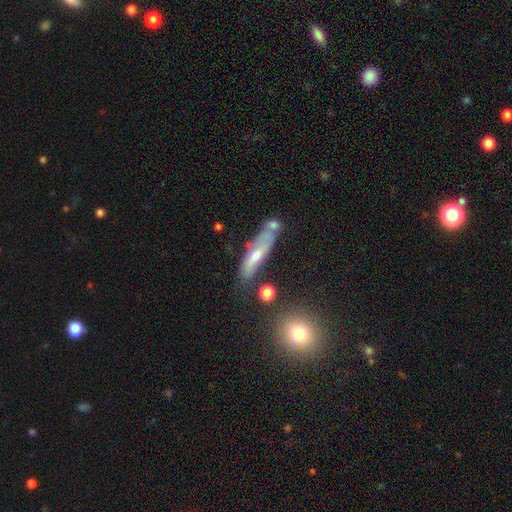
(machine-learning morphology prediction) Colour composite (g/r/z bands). It shows a featured or disk galaxy (49%). Merging: none (51%).